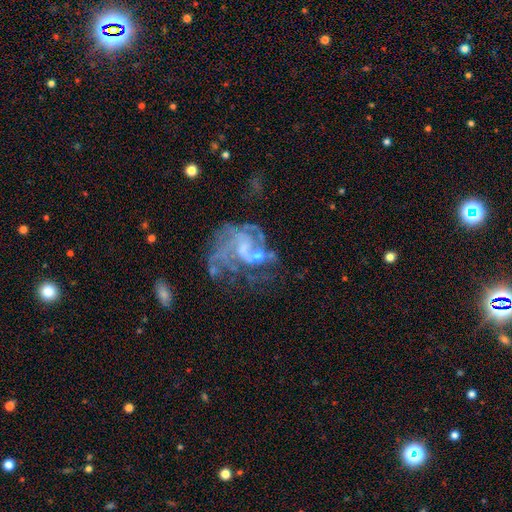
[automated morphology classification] This appears to be a featured or disk galaxy (62%) with no bar (45%), spiral arms (69%) and a small central bulge (52%). Merging: none (39%).